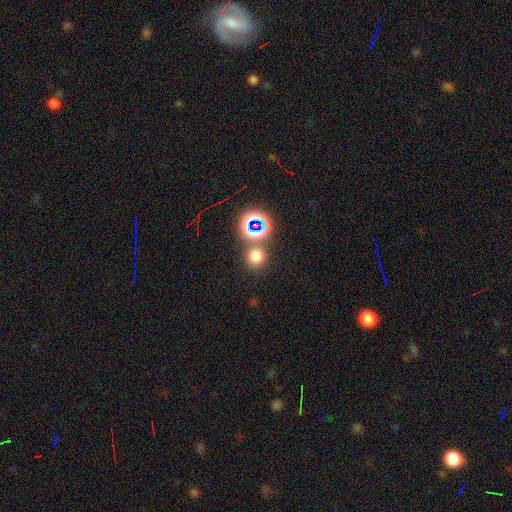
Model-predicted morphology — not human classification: The model was most divided on "smooth or featured": smooth: 67%, star or artifact: 26%, featured or disk: 7%. More confident: how rounded — round (90%); merging — none (75%).